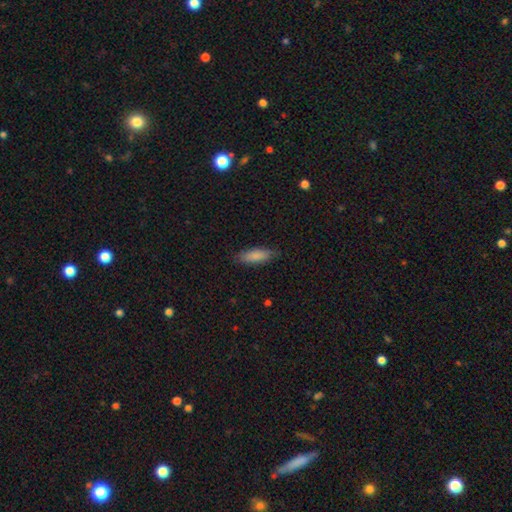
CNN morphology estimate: Overall: smooth (86%). How rounded: in between (61%; cigar-shaped 37%). Merging: none (82%).